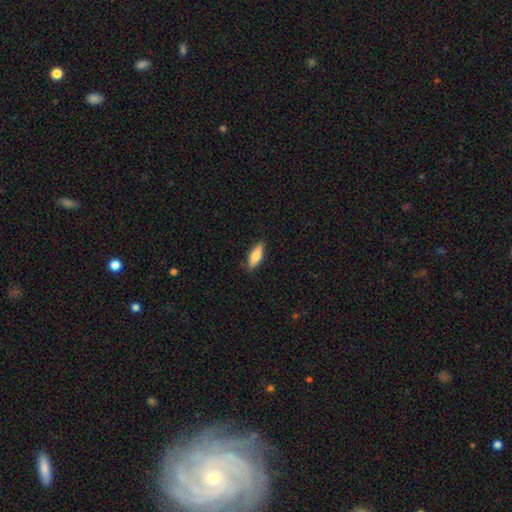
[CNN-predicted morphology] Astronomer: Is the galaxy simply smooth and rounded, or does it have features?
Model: smooth — 78%.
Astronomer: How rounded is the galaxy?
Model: in between — 60% (runner-up: cigar-shaped, 38%).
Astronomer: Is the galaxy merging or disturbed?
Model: none — 85%.